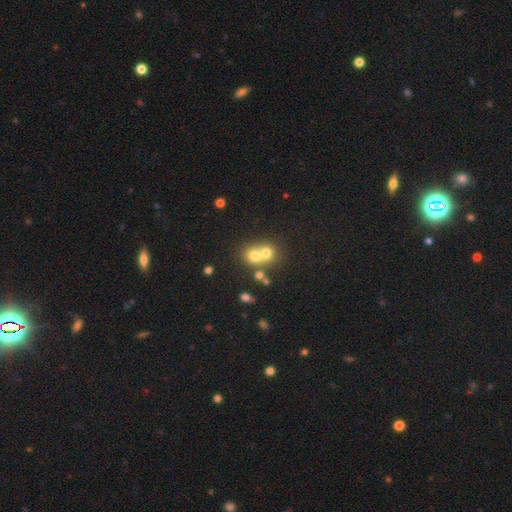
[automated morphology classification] Overall: smooth (69%). How rounded: round (75%). Merging: merger (63%; none 29%).